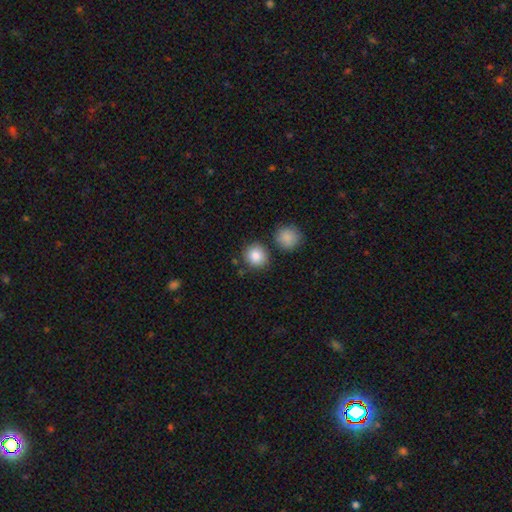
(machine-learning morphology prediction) This appears to be a smooth galaxy with no disk features (86%) that is round (88%). Merging: none (78%).